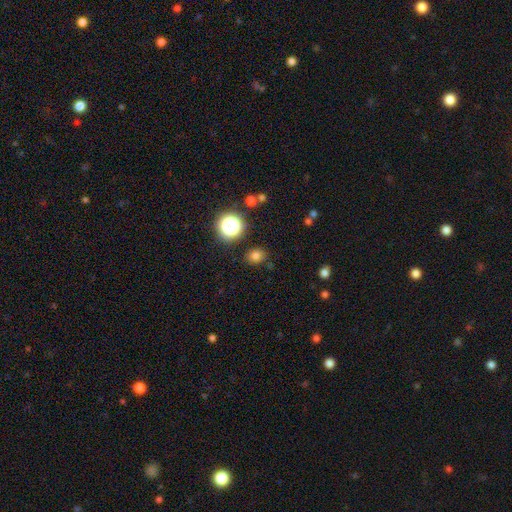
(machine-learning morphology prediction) Overall: smooth (75%). How rounded: round (64%; in between 35%). Merging: none (86%).